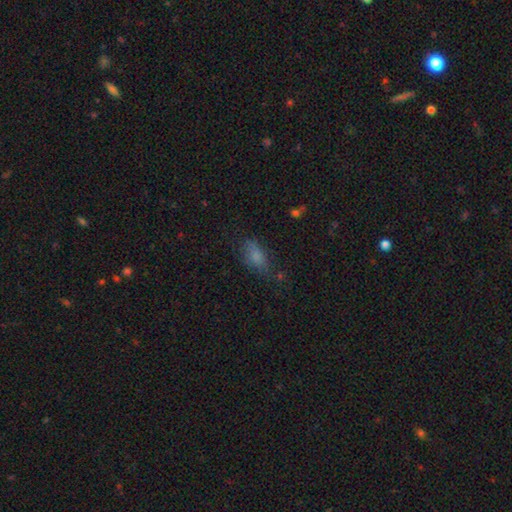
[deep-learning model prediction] Smooth or featured? Predicted: smooth (p=0.73). How rounded? Predicted: in between (p=0.81). Merging? Predicted: none (p=0.57).